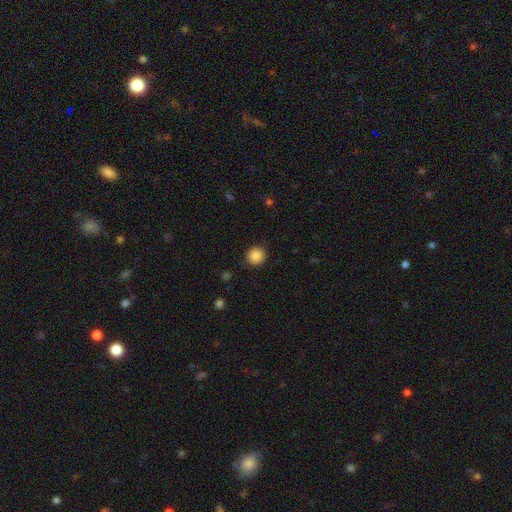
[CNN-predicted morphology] smooth_or_featured: smooth (p=0.87) [alt: star or artifact p=0.10]
how_rounded: round (p=0.94) [alt: in between p=0.05]
merging: none (p=0.90) [alt: minor disturbance p=0.07]